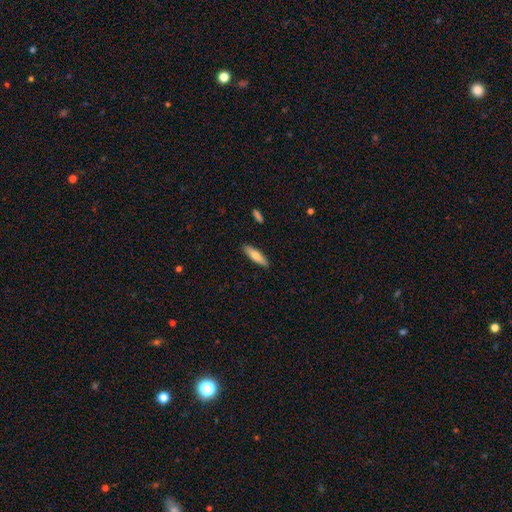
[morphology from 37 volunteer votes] This appears to be a smooth galaxy with no disk features (76%) that is cigar-shaped (61%). Merging: none (91%).